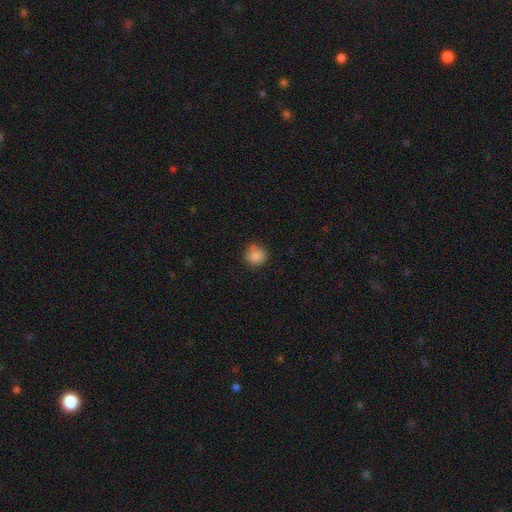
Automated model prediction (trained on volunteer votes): A smooth galaxy with no disk features (86%) that is round (91%). Merging: none (83%).